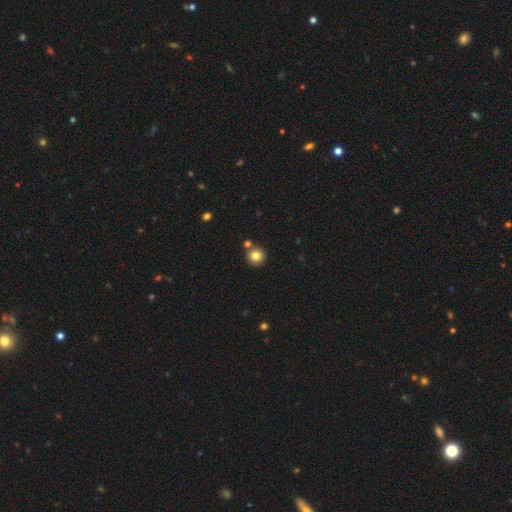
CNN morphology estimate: Q: Smooth or featured?
A: smooth (81%); runner-up: star or artifact (11%)
Q: How rounded?
A: round (94%); runner-up: in between (5%)
Q: Merging?
A: none (80%); runner-up: merger (10%)